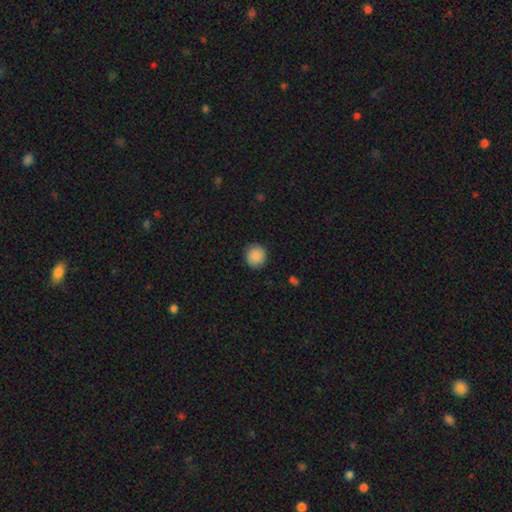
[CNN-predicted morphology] Smooth or featured?
  - smooth: 89% *
  - star or artifact: 8%
  - featured or disk: 3%
How rounded?
  - round: 92% *
  - in between: 7%
  - cigar-shaped: 1%
Merging?
  - none: 89% *
  - minor disturbance: 8%
  - major disturbance: 2%
  - merger: 1%